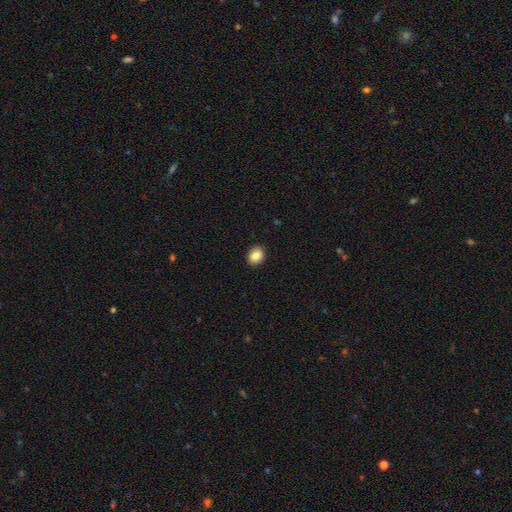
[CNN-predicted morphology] Smooth or featured? Predicted: smooth (p=0.87). How rounded? Predicted: in between (p=0.55). Merging? Predicted: none (p=0.91).